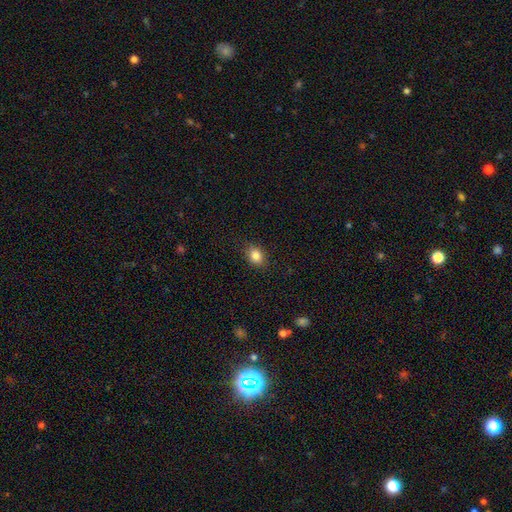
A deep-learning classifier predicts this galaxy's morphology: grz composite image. It shows a smooth galaxy with no disk features (84%) that is in between round and cigar-shaped (56%). Merging: none (86%).